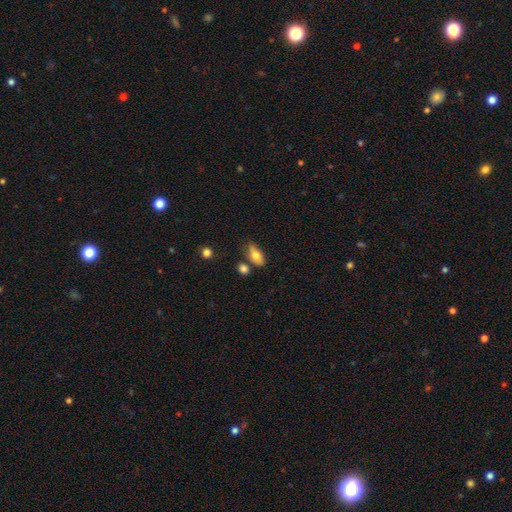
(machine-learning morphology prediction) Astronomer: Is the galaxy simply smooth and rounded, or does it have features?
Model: smooth — 75%.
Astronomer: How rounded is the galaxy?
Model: in between — 87%.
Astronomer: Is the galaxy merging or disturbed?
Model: none — 66%.